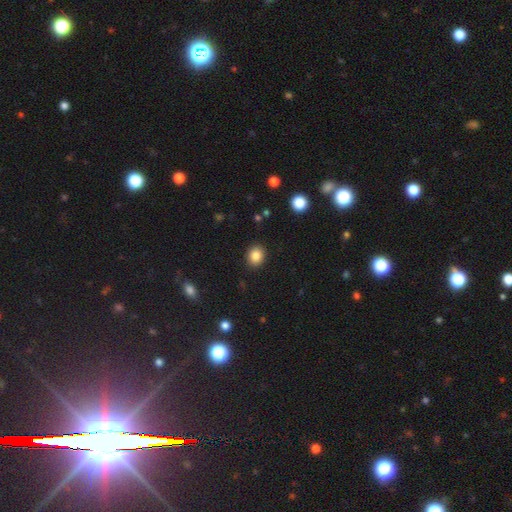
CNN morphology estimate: smooth_or_featured: smooth (p=0.85) [alt: star or artifact p=0.10]
how_rounded: round (p=0.66) [alt: in between p=0.34]
merging: none (p=0.90) [alt: minor disturbance p=0.07]